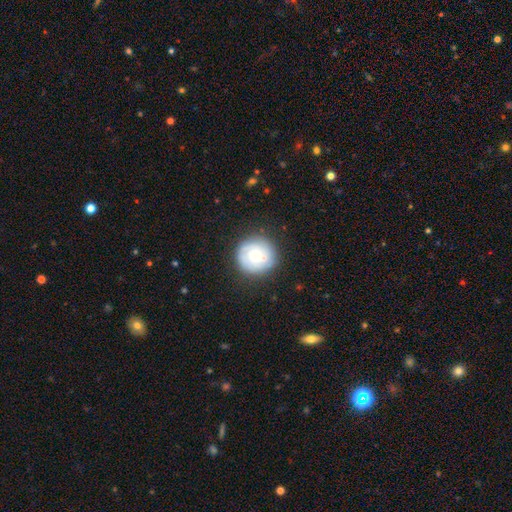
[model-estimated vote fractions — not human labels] A smooth galaxy with no disk features (50%).

Vote fractions:
- Smooth or featured? smooth: 50% / featured or disk: 42% / star or artifact: 8%
- Merging? none: 74% / minor disturbance: 14% / merger: 7% / major disturbance: 5%